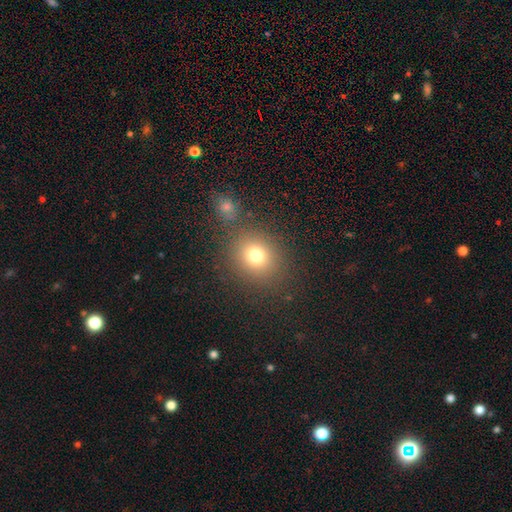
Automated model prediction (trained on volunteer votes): Morphology: type=smooth (75%); roundness=round (78%); merging=none (77%).